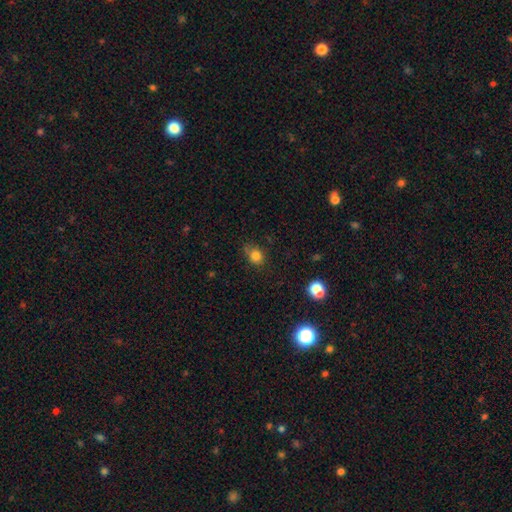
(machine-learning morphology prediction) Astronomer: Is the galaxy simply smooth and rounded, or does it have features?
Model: smooth — 81%.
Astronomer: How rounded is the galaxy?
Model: round — 64%.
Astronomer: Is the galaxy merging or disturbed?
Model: none — 64%.